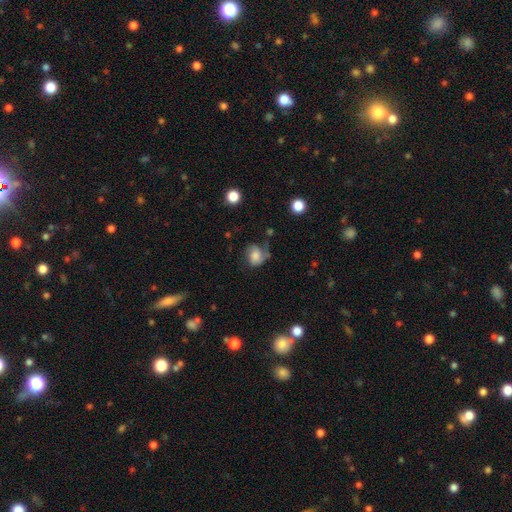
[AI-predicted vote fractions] Smooth or featured? Predicted: smooth (p=0.54). How rounded? Predicted: round (p=0.56). Merging? Predicted: none (p=0.43).